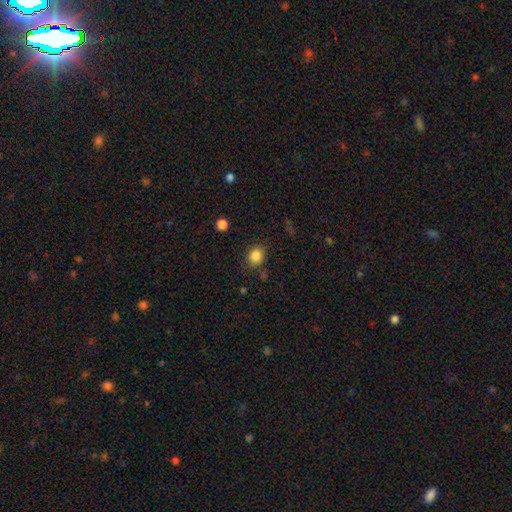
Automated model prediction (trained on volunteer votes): This is clearly a smooth galaxy (85%). How rounded: possibly round (59%). Merging: likely none (78%).